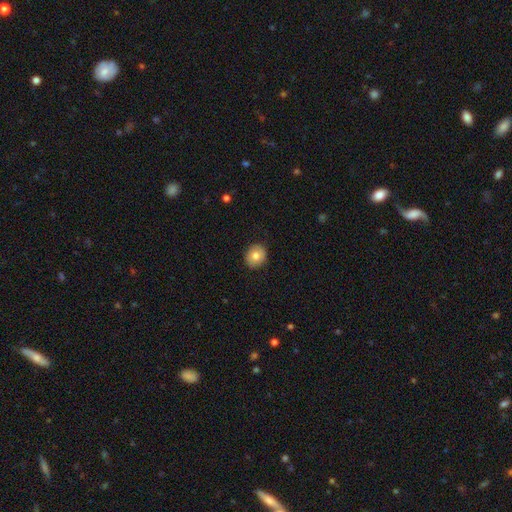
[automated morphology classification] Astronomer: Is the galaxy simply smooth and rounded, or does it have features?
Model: smooth — 78%.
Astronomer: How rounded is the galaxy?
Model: round — 73%.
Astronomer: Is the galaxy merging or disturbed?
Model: none — 89%.